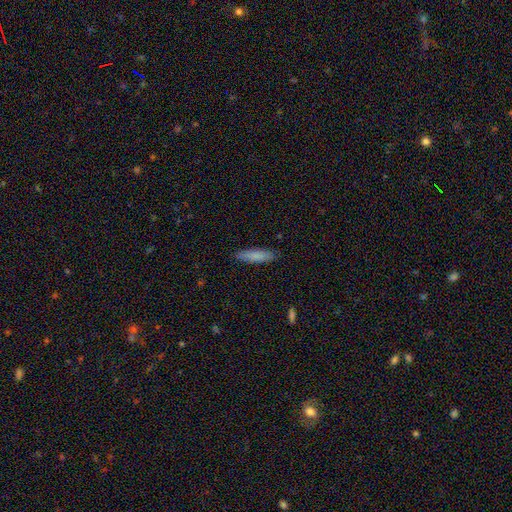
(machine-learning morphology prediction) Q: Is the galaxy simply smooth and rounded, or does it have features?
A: smooth — 83%.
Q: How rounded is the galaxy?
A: cigar-shaped — 79%.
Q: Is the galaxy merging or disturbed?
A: none — 88%.